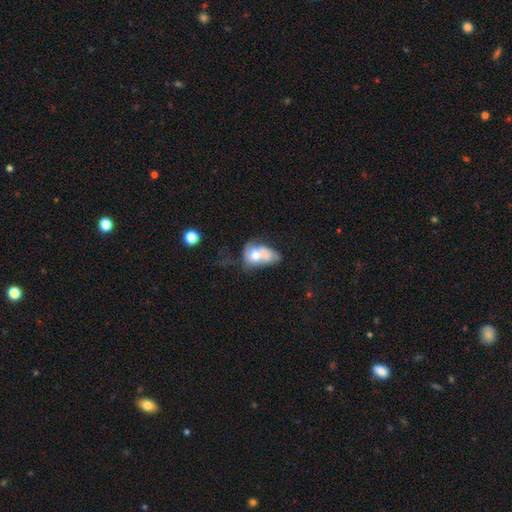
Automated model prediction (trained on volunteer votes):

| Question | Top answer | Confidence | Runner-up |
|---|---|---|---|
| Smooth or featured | smooth | 58% | featured or disk (33%) |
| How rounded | in between | 74% | round (24%) |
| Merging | merger | 53% | major disturbance (19%) |